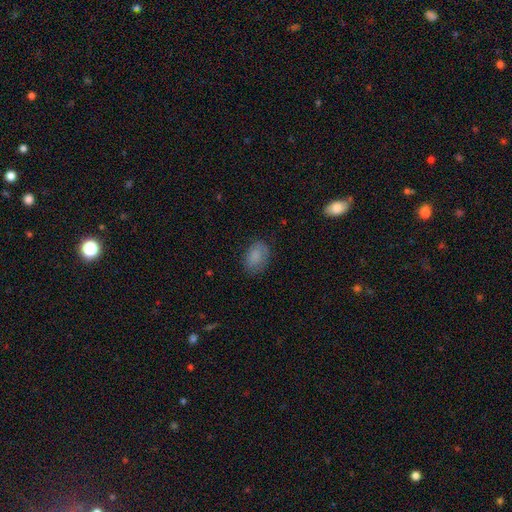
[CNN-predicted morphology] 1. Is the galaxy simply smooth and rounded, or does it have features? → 83% smooth, 9% star or artifact, 8% featured or disk.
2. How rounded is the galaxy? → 84% in between, 15% round, 1% cigar-shaped.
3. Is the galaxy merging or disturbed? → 76% none, 18% minor disturbance, 5% major disturbance, 1% merger.